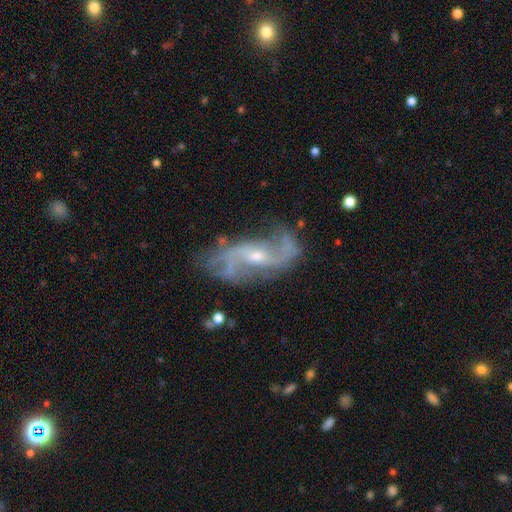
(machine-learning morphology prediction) smooth-or-featured: featured or disk: 87% | star or artifact: 7% | smooth: 6%
  disk-edge-on: no: 95% | yes: 5%
    bar: weak: 42% (tied) | no: 42% (tied) | strong: 17%
    has-spiral-arms: yes: 95% | no: 5%
      spiral-winding: loose: 55% | medium: 34% | tight: 12%
      spiral-arm-count: 2: 76% | can't tell: 9% | 3: 7% | 1: 3% | 4: 3% | more than 4: 3%
    bulge-size: small: 58% | moderate: 37% | none: 2% | large: 1% | dominant: 1%
  merging: none: 65% | minor disturbance: 20% | major disturbance: 11% | merger: 3%